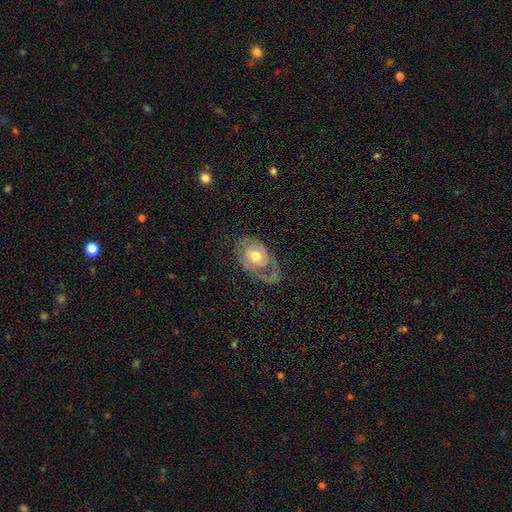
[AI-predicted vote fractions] Overall: featured or disk (60%; smooth 33%). Edge-on disk: no (94%). Bar: no (74%). Spiral arms: yes (71%). Bulge size: moderate (70%). Merging: none (38%; major disturbance 34%).